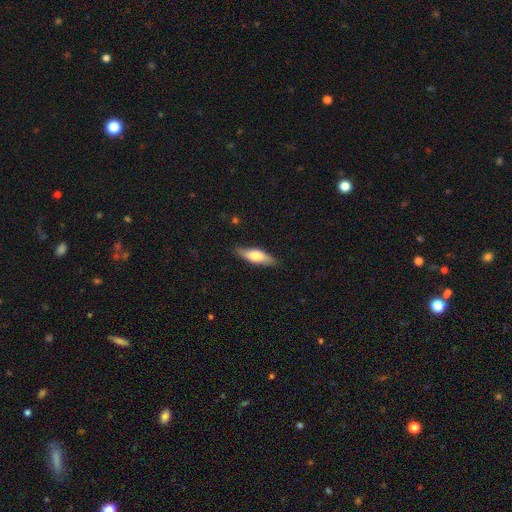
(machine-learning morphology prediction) type=smooth (62%); roundness=in between (52%); merging=none (85%).